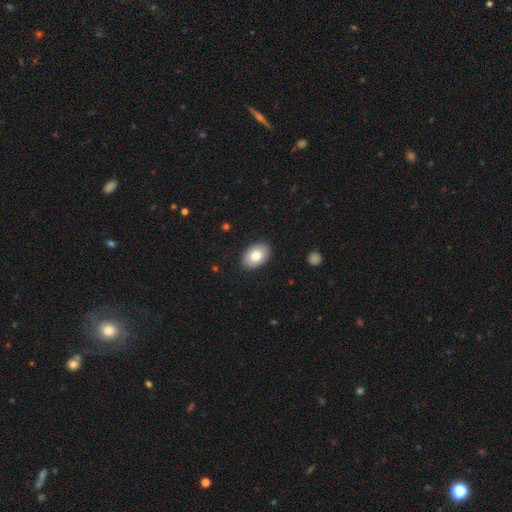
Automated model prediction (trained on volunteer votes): smooth 81%, featured or disk 12%, star or artifact 7%. Down the decision tree: how rounded — in between (89%); merging — none (89%).